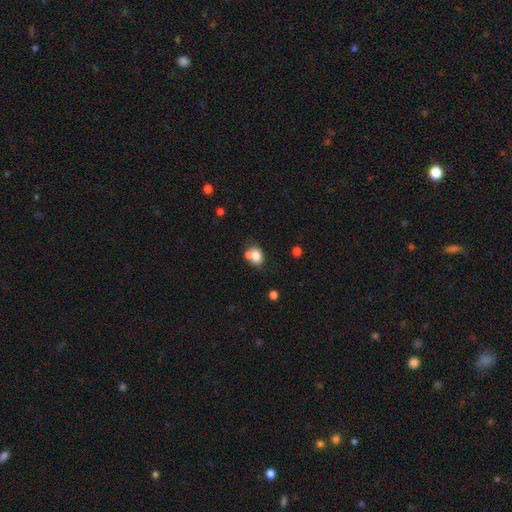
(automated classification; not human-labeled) smooth_or_featured: smooth (p=0.77) [alt: featured or disk p=0.13]
how_rounded: in between (p=0.54) [alt: round p=0.45]
merging: none (p=0.43) [alt: merger p=0.39]